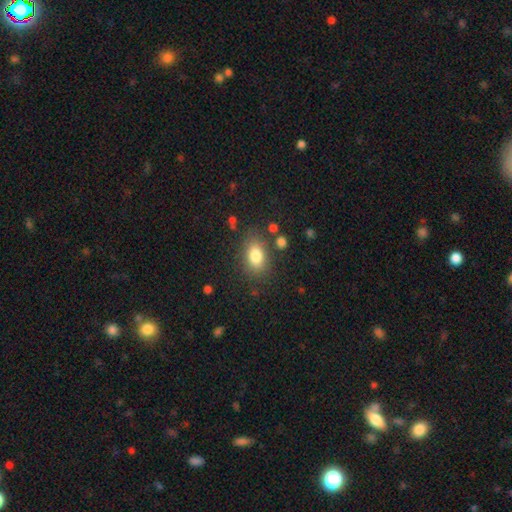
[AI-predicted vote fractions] This is clearly a smooth galaxy (81%). How rounded: clearly in between (84%). Merging: likely none (78%).